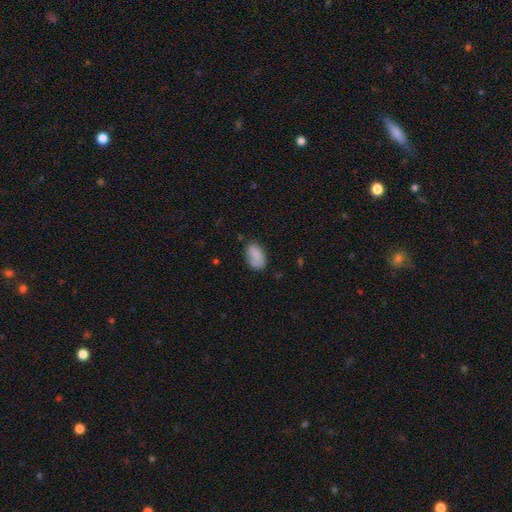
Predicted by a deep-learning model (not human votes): Smooth or featured? Predicted: smooth (p=0.82). How rounded? Predicted: in between (p=0.92). Merging? Predicted: none (p=0.66).